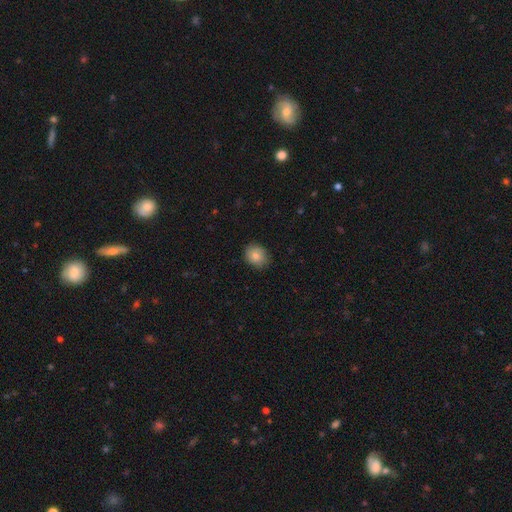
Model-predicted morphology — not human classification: A smooth galaxy with no disk features (82%) that is round (66%).

Vote fractions:
- Smooth or featured? smooth: 82% / featured or disk: 10% / star or artifact: 8%
- How rounded? round: 66% / in between: 33% / cigar-shaped: 1%
- Merging? none: 82% / minor disturbance: 15% / major disturbance: 3% / merger: 1%